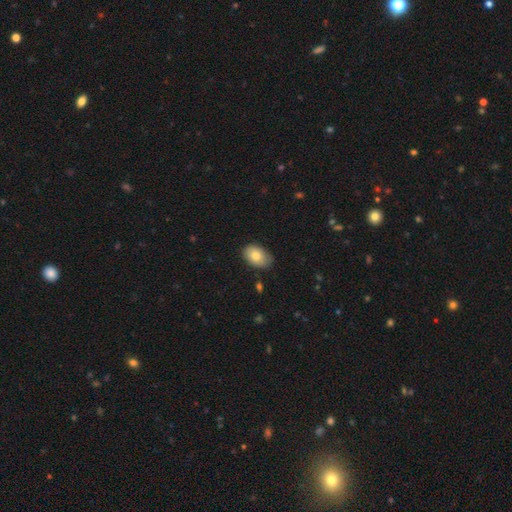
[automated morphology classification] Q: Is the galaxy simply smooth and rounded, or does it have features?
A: smooth — 81%.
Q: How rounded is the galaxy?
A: in between — 88%.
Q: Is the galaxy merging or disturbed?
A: none — 77%.